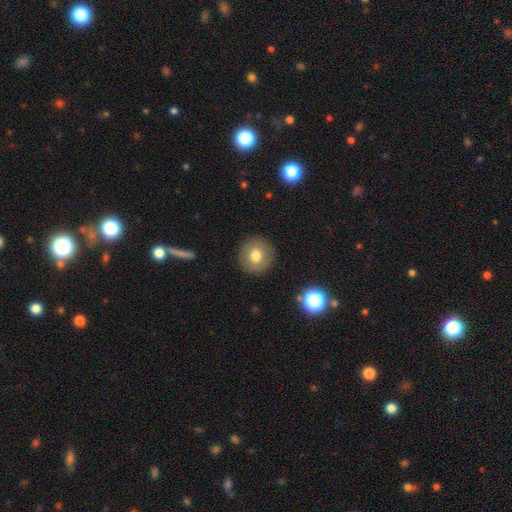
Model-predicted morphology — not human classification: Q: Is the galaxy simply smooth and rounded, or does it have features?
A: smooth — 73%.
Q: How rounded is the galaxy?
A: round — 91%.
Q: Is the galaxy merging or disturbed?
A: none — 89%.